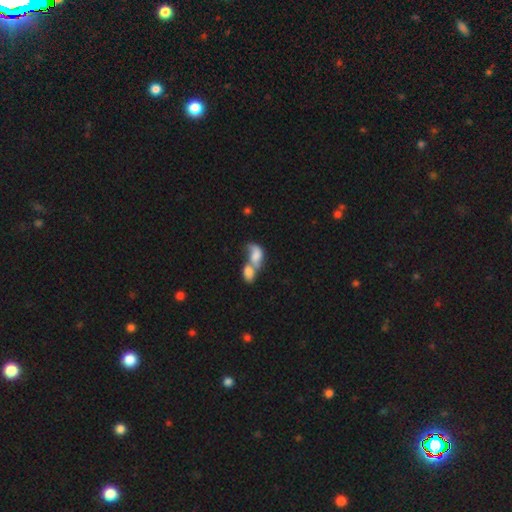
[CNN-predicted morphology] This is likely a smooth galaxy (66%). How rounded: clearly in between (85%). Merging: clearly merger (81%).